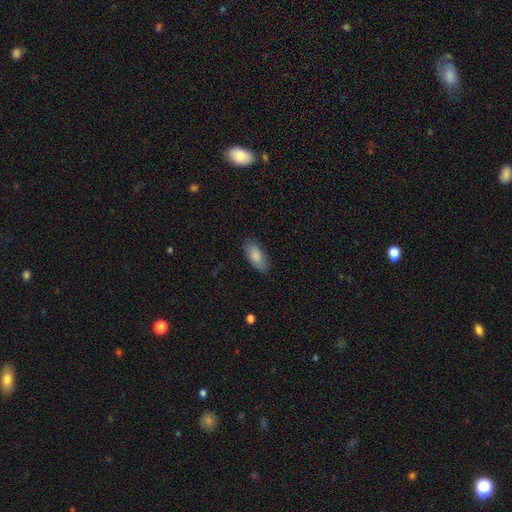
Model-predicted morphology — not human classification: Overall: smooth (84%). How rounded: in between (88%). Merging: none (82%).